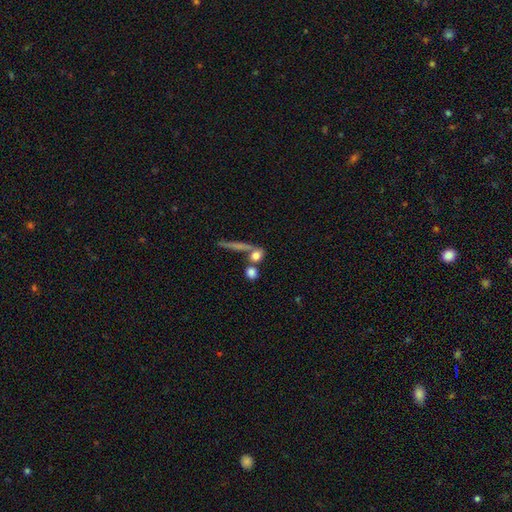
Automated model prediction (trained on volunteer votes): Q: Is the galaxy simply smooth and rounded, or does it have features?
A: smooth — 74%.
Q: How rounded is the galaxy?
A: round — 61%.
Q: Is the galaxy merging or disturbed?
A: none — 52%.